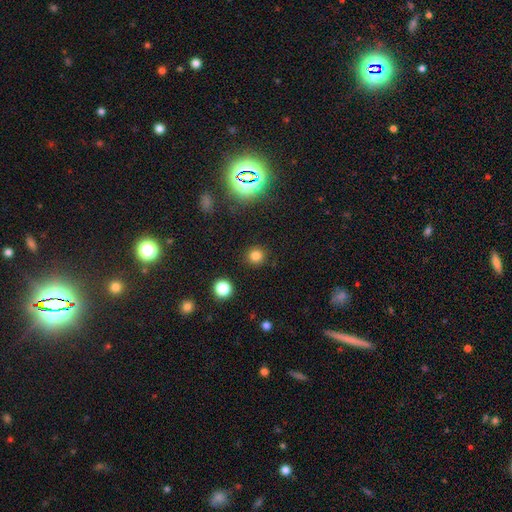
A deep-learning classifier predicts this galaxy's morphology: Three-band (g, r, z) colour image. It shows a smooth galaxy with no disk features (77%) that is round (93%). Merging: none (90%).